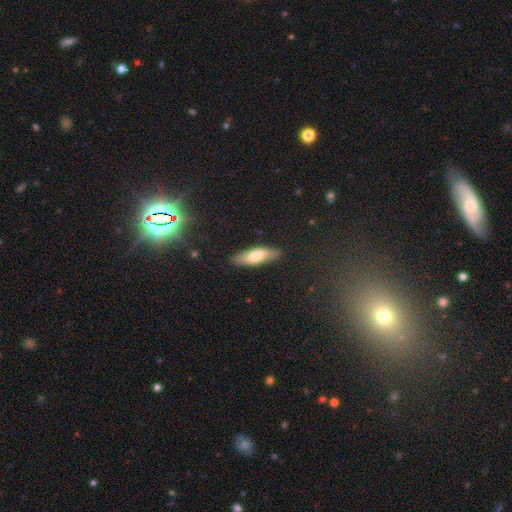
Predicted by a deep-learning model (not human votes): Smooth or featured? Predicted: smooth (p=0.70). How rounded? Predicted: cigar-shaped (p=0.52). Merging? Predicted: none (p=0.86).